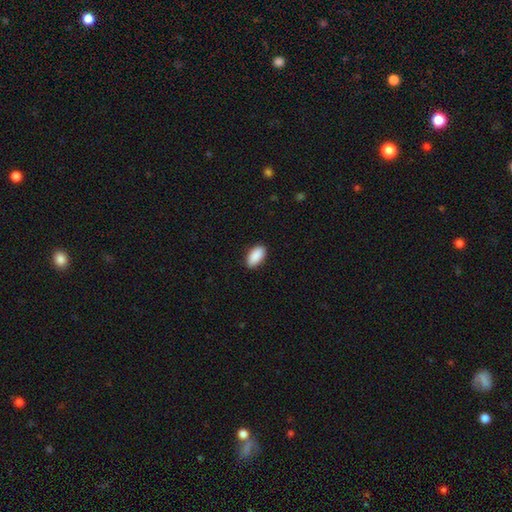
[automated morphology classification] smooth_or_featured: smooth (p=0.91) [alt: star or artifact p=0.06]
how_rounded: in between (p=0.94) [alt: cigar-shaped p=0.03]
merging: none (p=0.88) [alt: minor disturbance p=0.09]